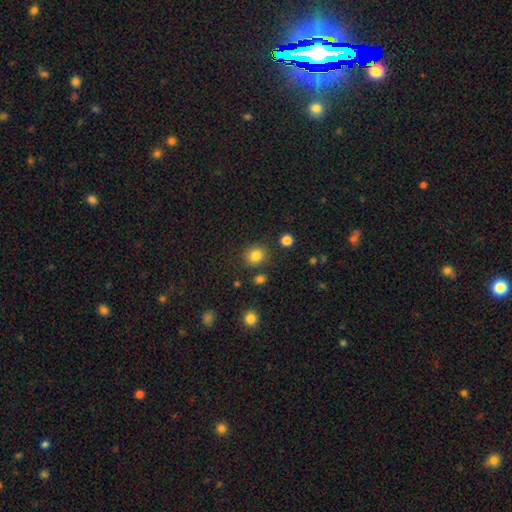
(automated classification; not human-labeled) The model was most divided on "how rounded": round: 83%, in between: 16%, cigar-shaped: 1%. More confident: merging — none (83%); smooth or featured — smooth (82%).